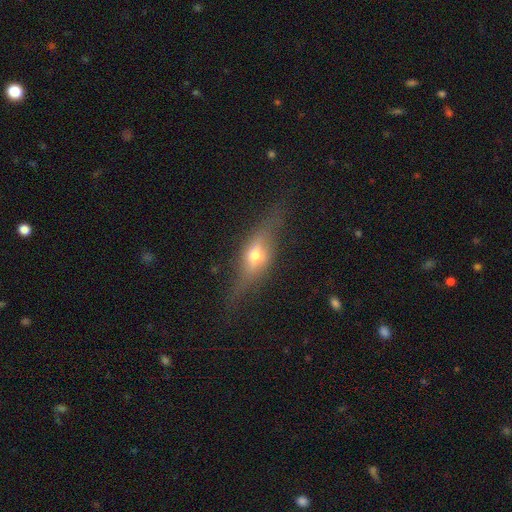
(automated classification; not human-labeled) The model was most divided on "smooth or featured": featured or disk: 59%, smooth: 32%, star or artifact: 10%. More confident: edge-on disk — yes (82%); merging — none (72%).